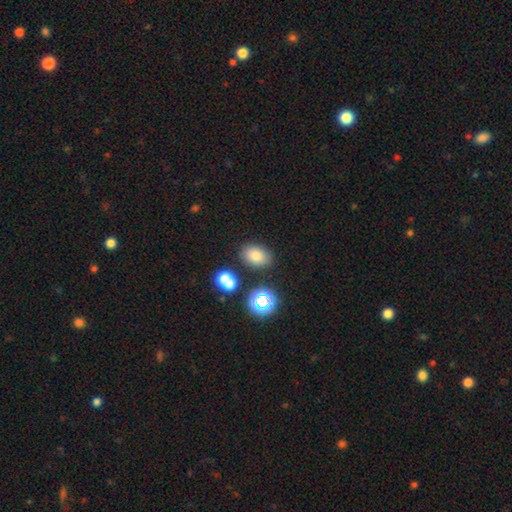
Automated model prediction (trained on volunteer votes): This appears to be a smooth galaxy with no disk features (76%) that is in between round and cigar-shaped (75%). Merging: none (79%).